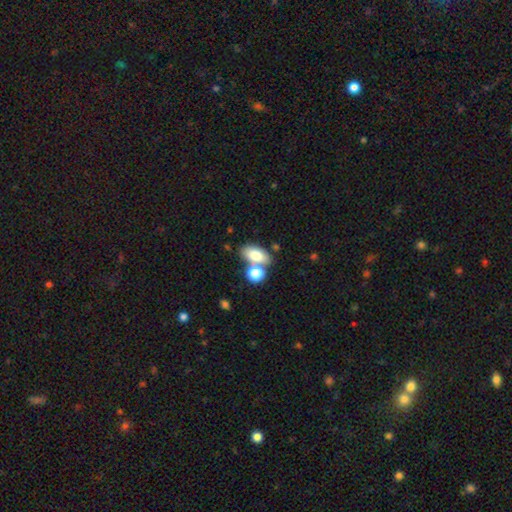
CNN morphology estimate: Smooth or featured? smooth (78%)
How rounded? in between (87%)
Merging? none (50%)